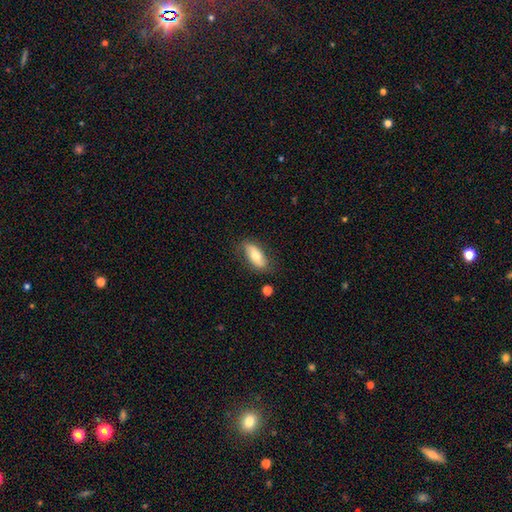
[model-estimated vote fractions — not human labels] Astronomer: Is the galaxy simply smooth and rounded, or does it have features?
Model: smooth — 65%.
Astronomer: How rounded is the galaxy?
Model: in between — 83%.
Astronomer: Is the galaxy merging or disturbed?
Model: none — 77%.